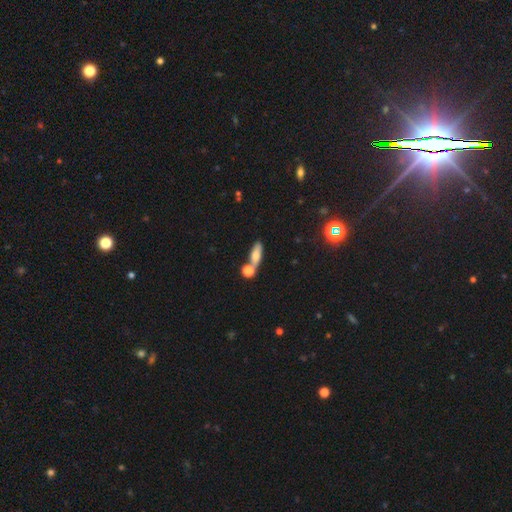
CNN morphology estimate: This appears to be a smooth galaxy with no disk features (69%) that is in between round and cigar-shaped (53%). Merging: none (54%).